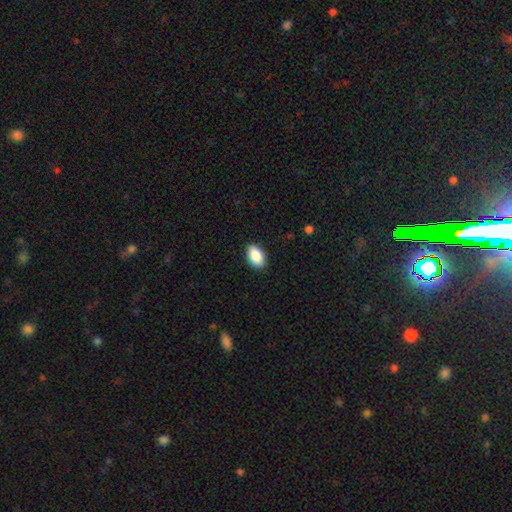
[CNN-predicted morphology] This is clearly a smooth galaxy (90%). How rounded: clearly in between (93%). Merging: clearly none (89%).